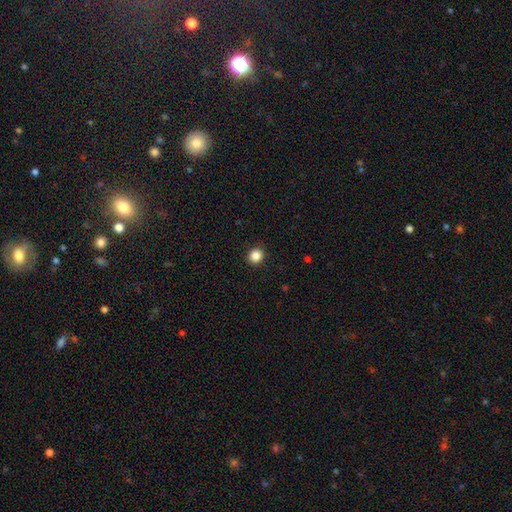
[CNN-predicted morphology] Q: Smooth or featured?
A: smooth (86%); runner-up: star or artifact (11%)
Q: How rounded?
A: round (84%); runner-up: in between (15%)
Q: Merging?
A: none (92%); runner-up: minor disturbance (6%)